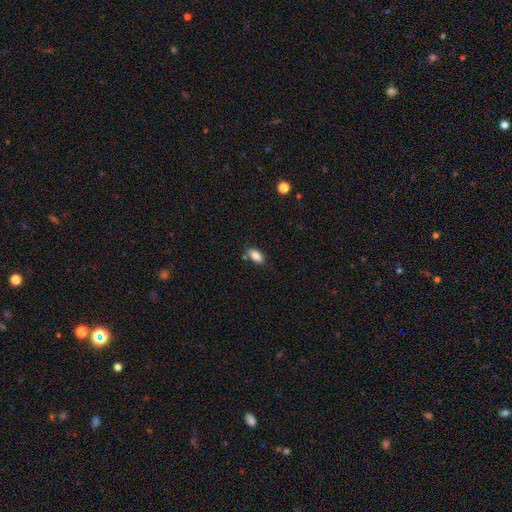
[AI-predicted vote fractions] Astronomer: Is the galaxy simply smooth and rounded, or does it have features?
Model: smooth — 83%.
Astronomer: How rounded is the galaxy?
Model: in between — 90%.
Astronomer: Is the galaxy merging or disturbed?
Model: none — 75%.